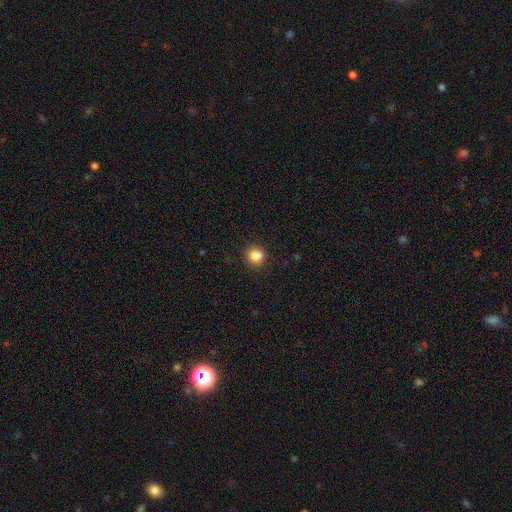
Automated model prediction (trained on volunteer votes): Morphology: type=smooth (86%); roundness=round (87%); merging=none (88%).